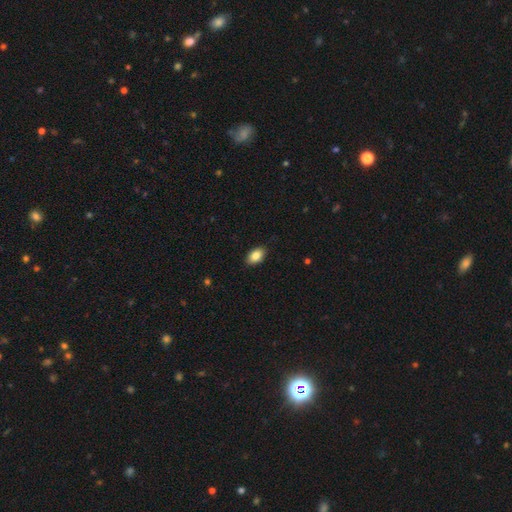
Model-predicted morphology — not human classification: This appears to be a smooth galaxy with no disk features (85%) that is in between round and cigar-shaped (91%). Merging: none (88%).